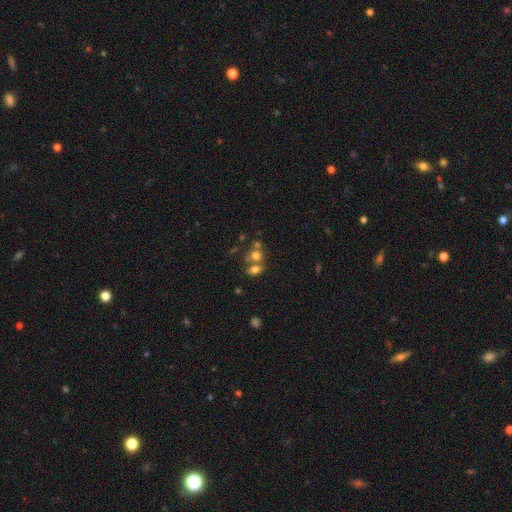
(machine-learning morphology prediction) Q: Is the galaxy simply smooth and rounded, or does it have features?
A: smooth — 69%.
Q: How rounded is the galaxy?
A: round — 59%.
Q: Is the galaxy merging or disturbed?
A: merger — 50%.